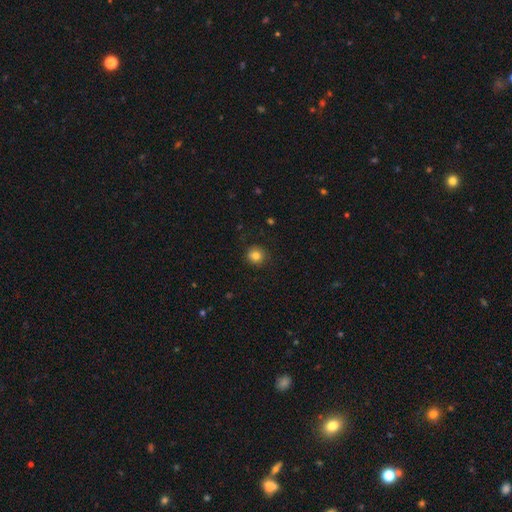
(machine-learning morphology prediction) A smooth galaxy with no disk features (82%) that is round (90%).

Vote fractions:
- Smooth or featured? smooth: 82% / star or artifact: 11% / featured or disk: 7%
- How rounded? round: 90% / in between: 9% / cigar-shaped: 1%
- Merging? none: 88% / minor disturbance: 9% / major disturbance: 2% / merger: 1%